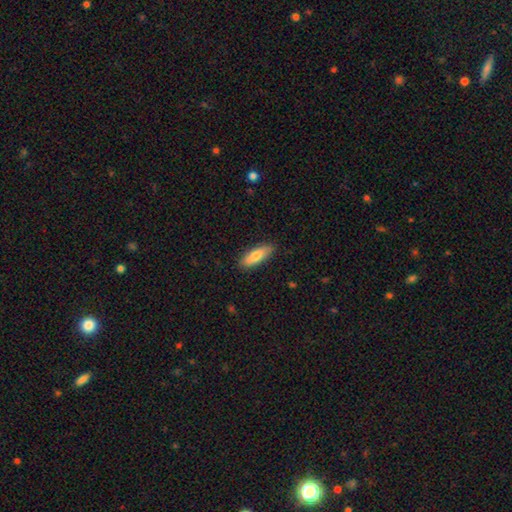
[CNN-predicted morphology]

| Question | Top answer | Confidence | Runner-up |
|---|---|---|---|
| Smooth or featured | smooth | 76% | featured or disk (18%) |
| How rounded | in between | 58% | cigar-shaped (40%) |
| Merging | none | 87% | minor disturbance (10%) |